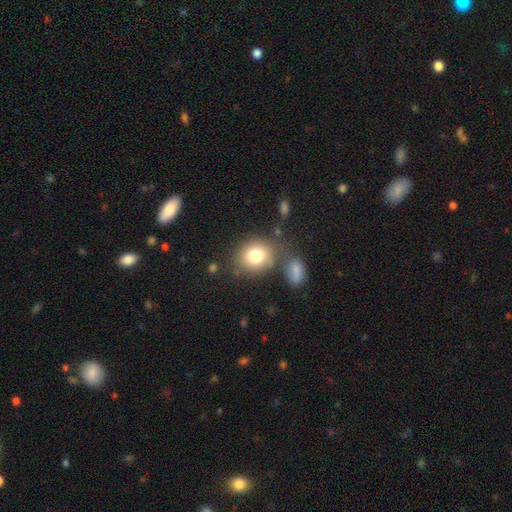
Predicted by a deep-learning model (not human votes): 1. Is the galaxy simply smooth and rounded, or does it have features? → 80% smooth, 11% featured or disk, 9% star or artifact.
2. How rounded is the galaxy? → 66% round, 33% in between, 1% cigar-shaped.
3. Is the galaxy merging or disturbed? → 66% none, 14% minor disturbance, 14% merger, 6% major disturbance.